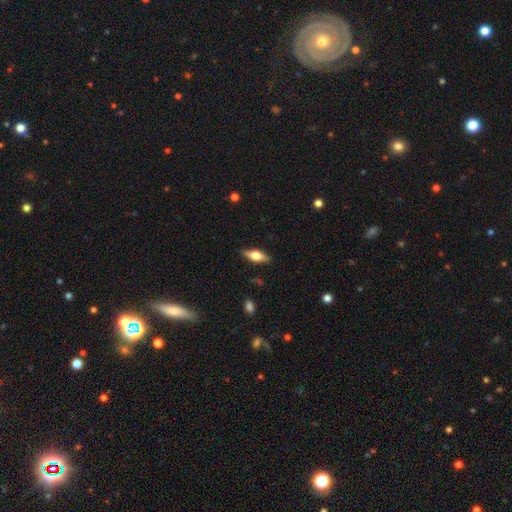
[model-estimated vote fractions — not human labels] Overall: featured or disk (49%; smooth 44%). Merging: none (88%).